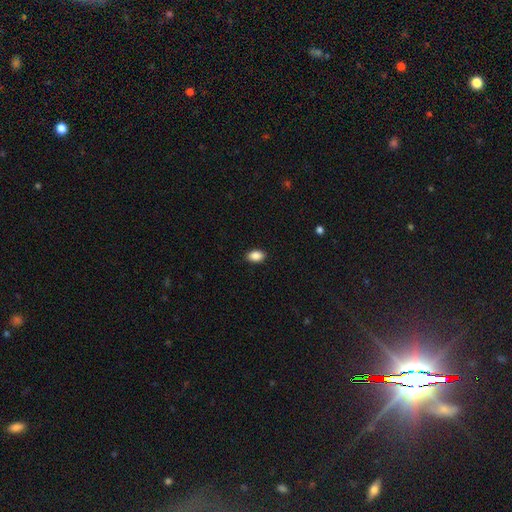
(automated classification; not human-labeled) Overall: smooth (89%). How rounded: in between (87%). Merging: none (89%).